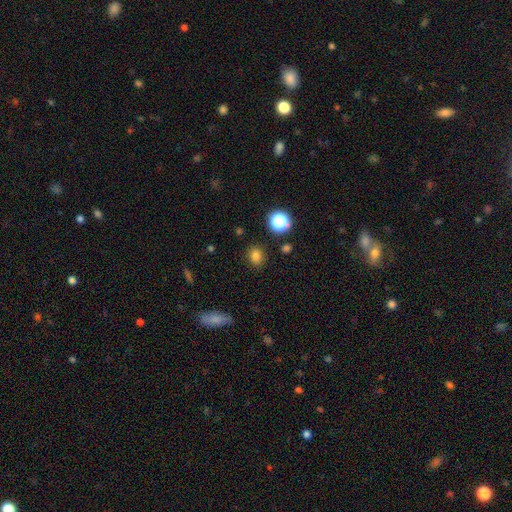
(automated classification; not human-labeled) This appears to be a smooth galaxy with no disk features (79%) that is round (72%). Merging: none (87%).